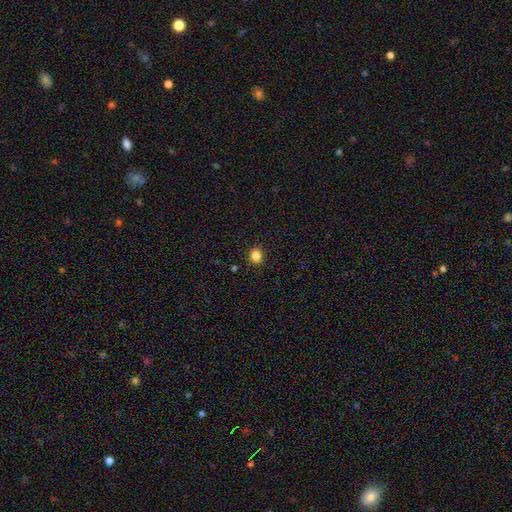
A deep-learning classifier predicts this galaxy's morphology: Q: Smooth or featured?
A: smooth (84%); runner-up: star or artifact (12%)
Q: How rounded?
A: round (81%); runner-up: in between (18%)
Q: Merging?
A: none (91%); runner-up: minor disturbance (6%)